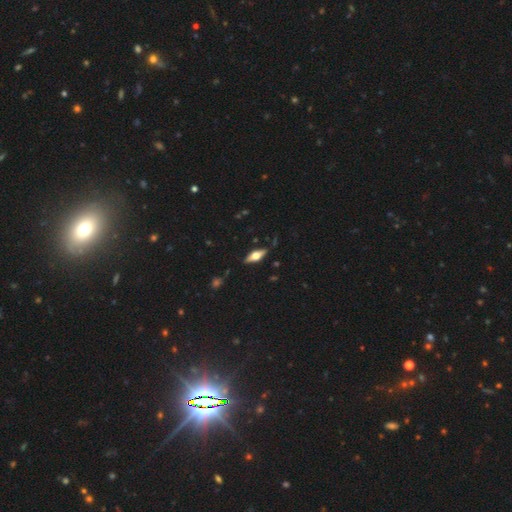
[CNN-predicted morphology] type=featured or disk (61%); edge-on=yes (93%); edge-on bulge=rounded (93%); merging=none (86%).